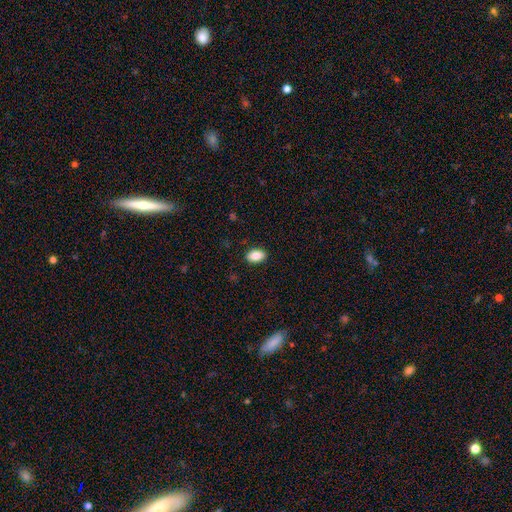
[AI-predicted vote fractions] This is clearly a smooth galaxy (87%). How rounded: clearly in between (91%). Merging: clearly none (88%).